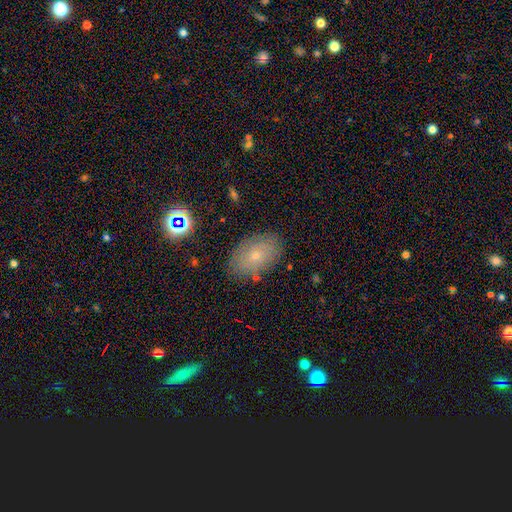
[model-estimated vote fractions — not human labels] Smooth or featured? smooth (64%)
How rounded? in between (89%)
Merging? none (83%)